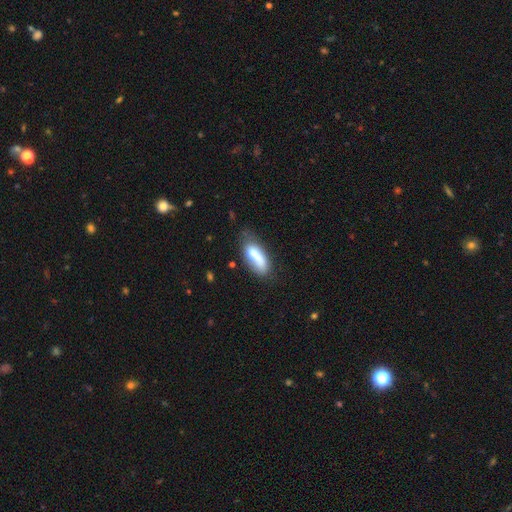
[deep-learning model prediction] Smooth or featured?
  - smooth: 69% *
  - featured or disk: 23%
  - star or artifact: 8%
How rounded?
  - in between: 75% *
  - cigar-shaped: 22%
  - round: 3%
Merging?
  - none: 44% *
  - minor disturbance: 30%
  - major disturbance: 16%
  - merger: 10%